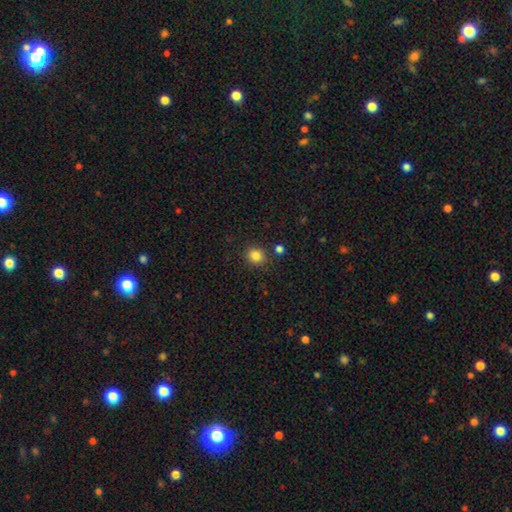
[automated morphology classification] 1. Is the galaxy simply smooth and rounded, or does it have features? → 84% smooth, 11% star or artifact, 5% featured or disk.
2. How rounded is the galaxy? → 74% round, 25% in between, 1% cigar-shaped.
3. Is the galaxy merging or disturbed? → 84% none, 9% minor disturbance, 5% merger, 3% major disturbance.